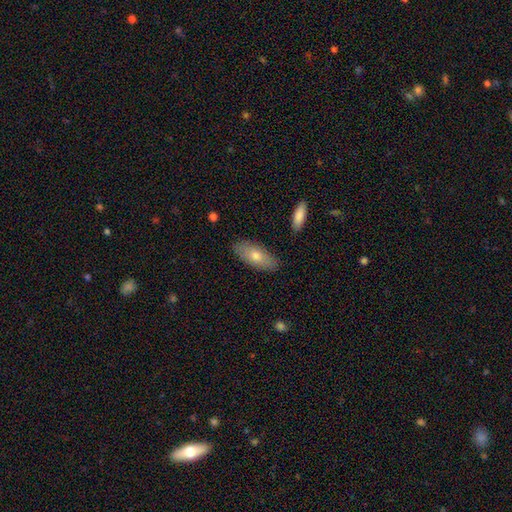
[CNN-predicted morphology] The model was most divided on "smooth or featured": smooth: 72%, featured or disk: 22%, star or artifact: 6%. More confident: merging — none (85%); how rounded — in between (83%).